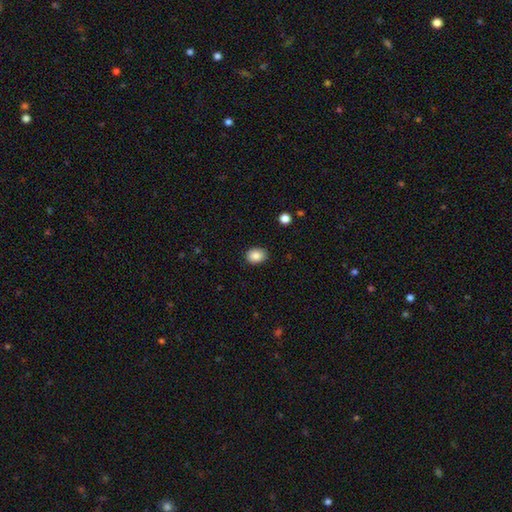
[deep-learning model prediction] Smooth or featured: smooth — 87% (star or artifact — 8%)
How rounded: in between — 60% (round — 39%)
Merging: none — 88% (minor disturbance — 9%)